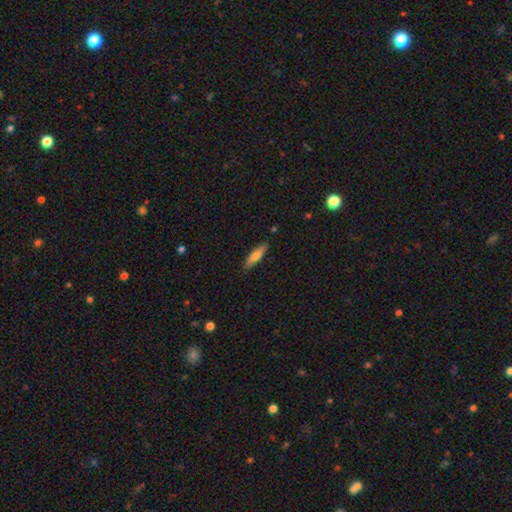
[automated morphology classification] smooth-or-featured: smooth: 72% | featured or disk: 22% | star or artifact: 6%
  how-rounded: cigar-shaped: 75% | in between: 24% | round: 2%
  merging: none: 88% | minor disturbance: 9% | major disturbance: 2% | merger: 1%